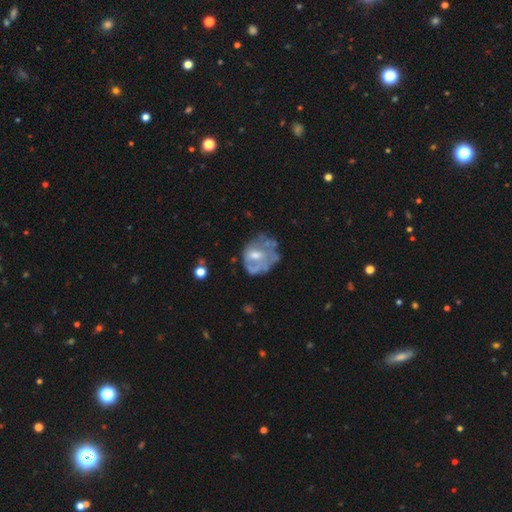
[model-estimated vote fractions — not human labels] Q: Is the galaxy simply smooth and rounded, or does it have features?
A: featured or disk — 56%.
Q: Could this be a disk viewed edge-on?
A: no — 97%.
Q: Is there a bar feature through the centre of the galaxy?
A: no — 75%.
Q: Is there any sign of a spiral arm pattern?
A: no — 75%.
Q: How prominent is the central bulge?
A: moderate — 55%.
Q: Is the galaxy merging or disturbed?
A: none — 43%.